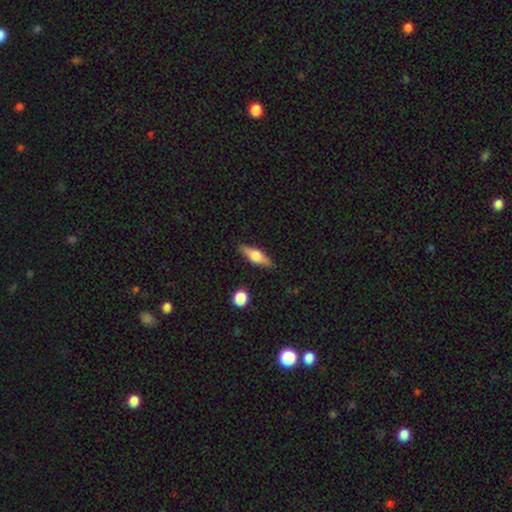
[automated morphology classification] type=featured or disk (51%); edge-on=yes (93%); merging=none (85%).